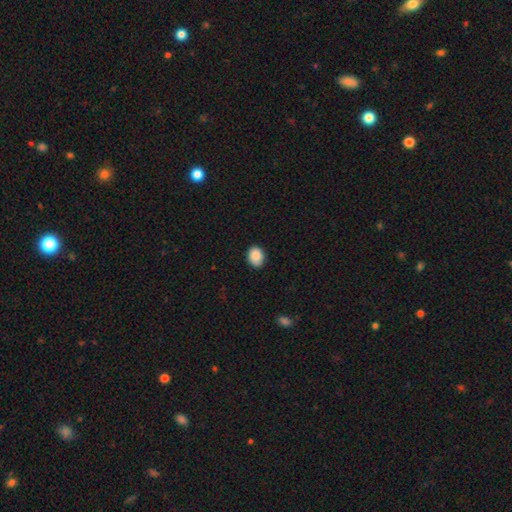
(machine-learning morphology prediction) smooth_or_featured: smooth (p=0.87) [alt: star or artifact p=0.08]
how_rounded: round (p=0.53) [alt: in between p=0.46]
merging: none (p=0.82) [alt: minor disturbance p=0.15]